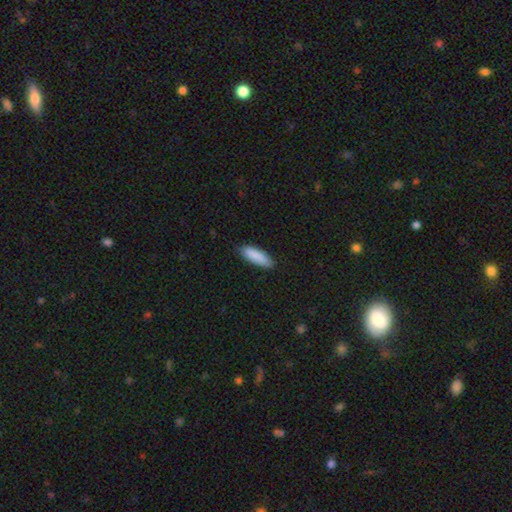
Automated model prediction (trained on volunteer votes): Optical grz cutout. It shows a smooth galaxy with no disk features (89%) that is in between round and cigar-shaped (53%). Merging: none (86%).